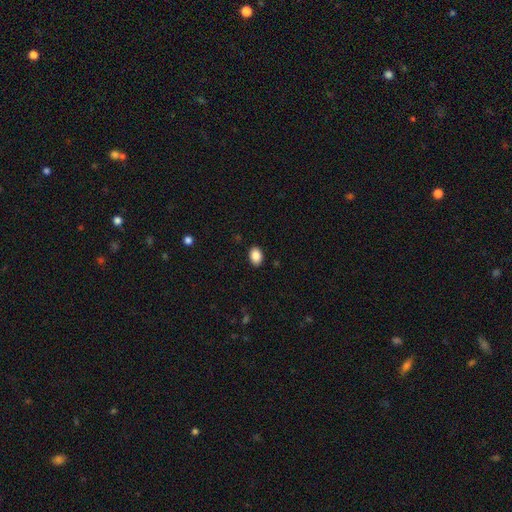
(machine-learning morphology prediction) This appears to be a smooth galaxy with no disk features (88%) that is in between round and cigar-shaped (78%). Merging: none (89%).